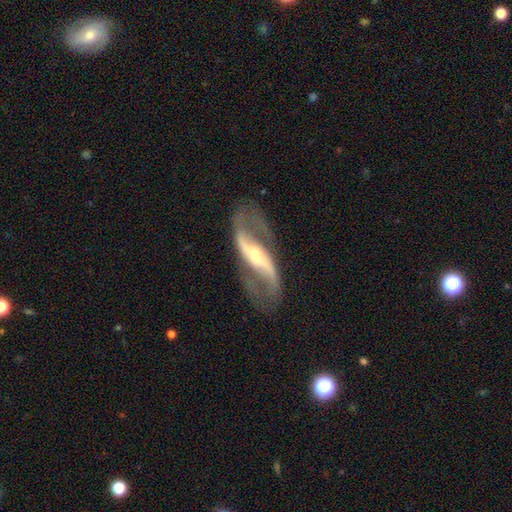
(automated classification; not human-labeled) A featured or disk galaxy (91%) with a strong bar (53%), 2 (93%) loose (69%) spiral arms (95%) and a small central bulge (47%).

Vote fractions:
- Smooth or featured? featured or disk: 91% / smooth: 5% / star or artifact: 4%
- Edge-on disk? no: 92% / yes: 8%
- Bar? strong: 53% / weak: 28% / no: 19%
- Spiral arms? yes: 95% / no: 5%
- Spiral winding? loose: 69% / medium: 24% / tight: 7%
- Spiral arm count? 2: 93% / can't tell: 2% / 1: 2% / 3: 1% / 4: 1% / more than 4: 1%
- Bulge size? small: 47% / moderate: 46% / large: 4% / none: 1% / dominant: 1%
- Merging? none: 78% / minor disturbance: 12% / major disturbance: 8% / merger: 2%